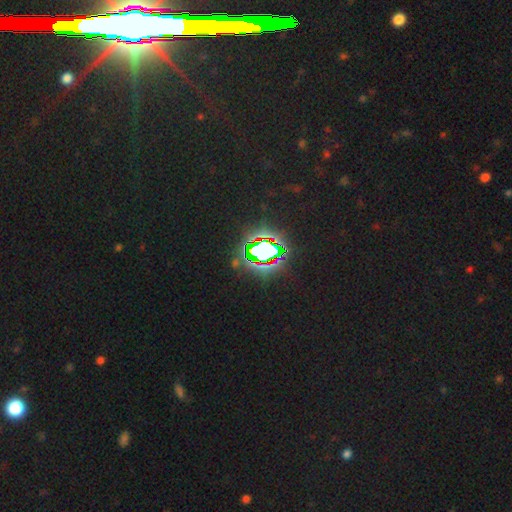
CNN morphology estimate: Smooth or featured: star or artifact — 78% (smooth — 12%)